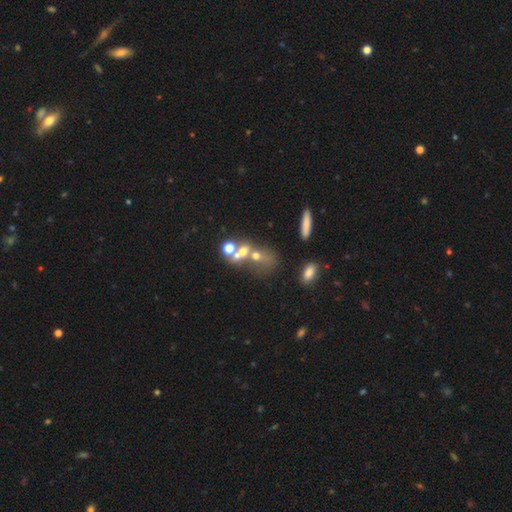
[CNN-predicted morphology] smooth_or_featured: smooth (p=0.48) [alt: featured or disk p=0.31]
merging: merger (p=0.60) [alt: none p=0.22]